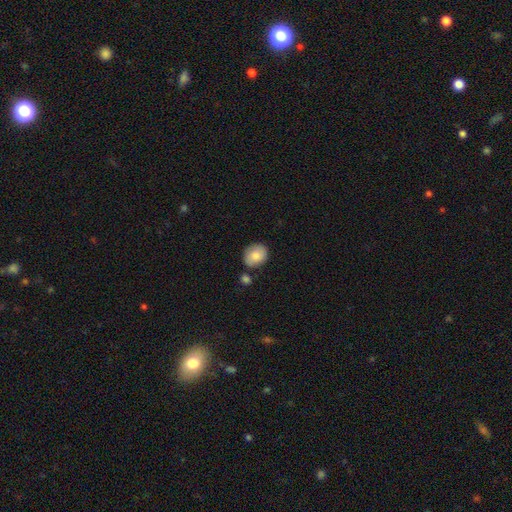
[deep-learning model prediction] Q: Smooth or featured?
A: smooth (83%); runner-up: featured or disk (10%)
Q: How rounded?
A: round (61%); runner-up: in between (38%)
Q: Merging?
A: none (72%); runner-up: minor disturbance (15%)